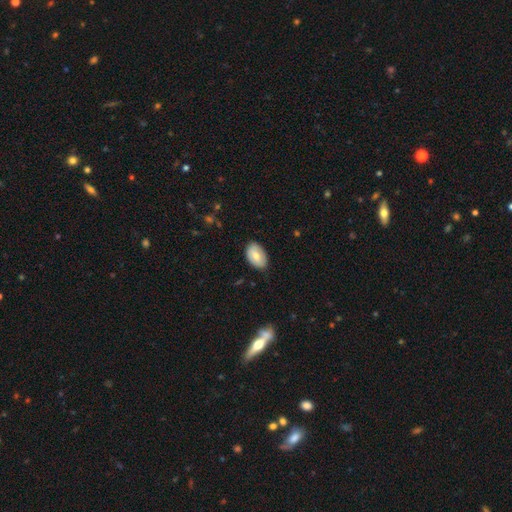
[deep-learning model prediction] Smooth or featured? smooth (70%)
How rounded? in between (90%)
Merging? none (82%)